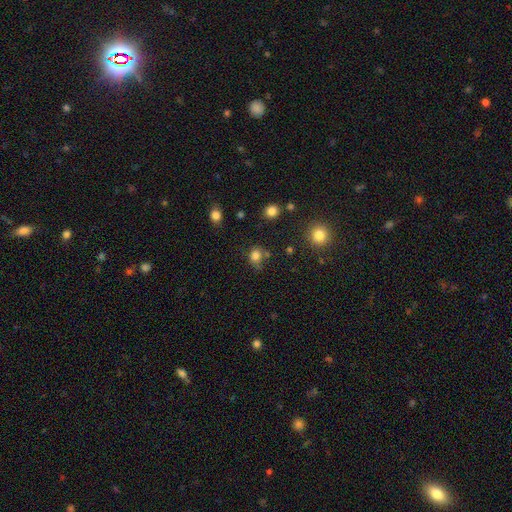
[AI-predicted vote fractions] Overall: smooth (80%). How rounded: round (70%). Merging: none (62%).